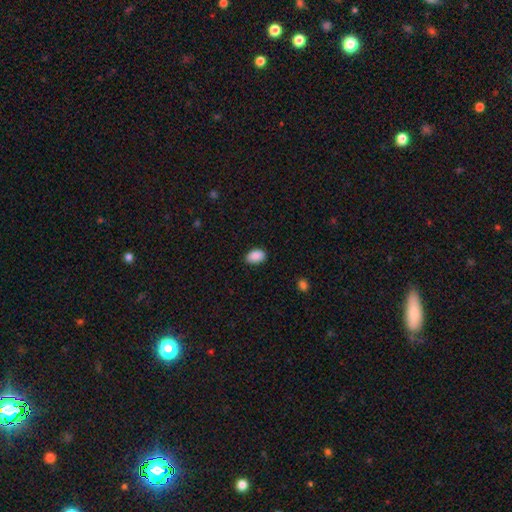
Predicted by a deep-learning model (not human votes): The model was most divided on "merging": none: 82%, minor disturbance: 15%, major disturbance: 3%, merger: 1%. More confident: smooth or featured — smooth (90%); how rounded — in between (88%).